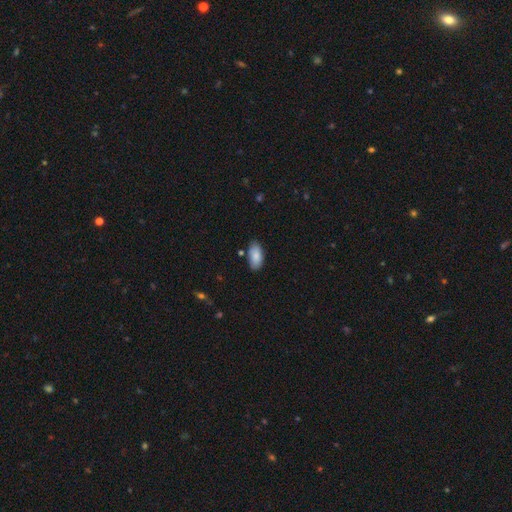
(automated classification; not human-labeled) Smooth or featured? smooth (87%)
How rounded? in between (93%)
Merging? none (80%)